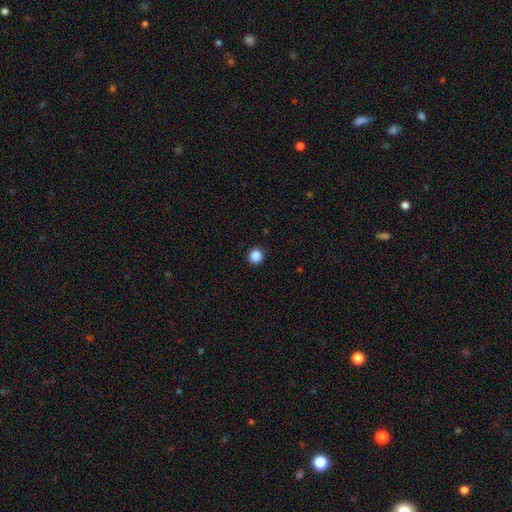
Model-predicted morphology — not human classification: This appears to be a smooth galaxy with no disk features (87%) that is round (96%). Merging: none (93%).